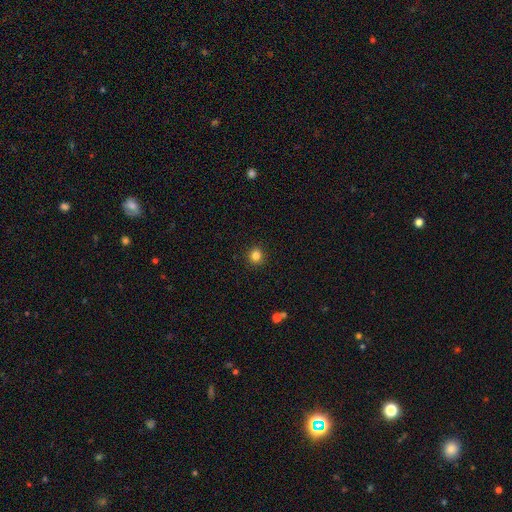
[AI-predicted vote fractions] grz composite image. It shows a smooth galaxy with no disk features (84%) that is round (89%). Merging: none (92%).